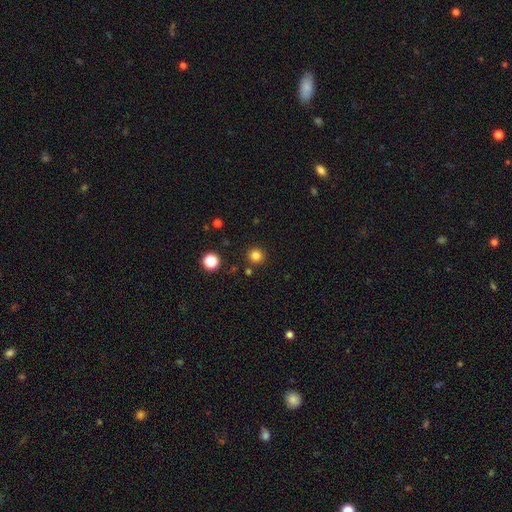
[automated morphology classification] This is clearly a smooth galaxy (82%). How rounded: clearly round (95%). Merging: clearly none (89%).